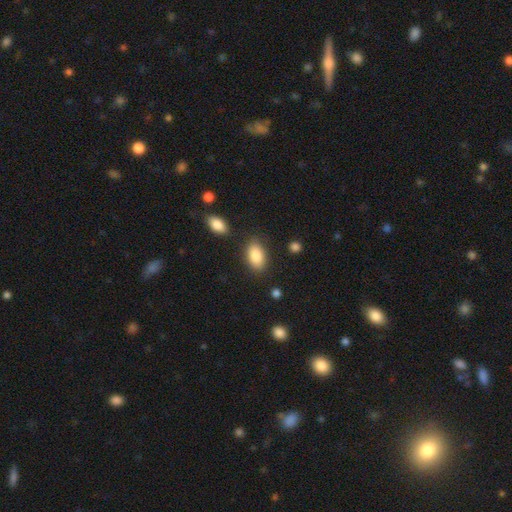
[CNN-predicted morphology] smooth_or_featured: smooth (p=0.87) [alt: star or artifact p=0.07]
how_rounded: in between (p=0.92) [alt: round p=0.06]
merging: none (p=0.81) [alt: minor disturbance p=0.12]